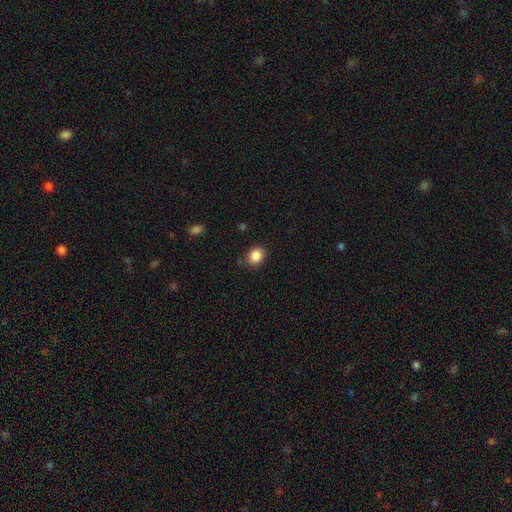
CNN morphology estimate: Smooth or featured?
  - smooth: 86% *
  - star or artifact: 10%
  - featured or disk: 4%
How rounded?
  - round: 53% *
  - in between: 46%
  - cigar-shaped: 1%
Merging?
  - none: 83% *
  - minor disturbance: 12%
  - major disturbance: 3%
  - merger: 2%